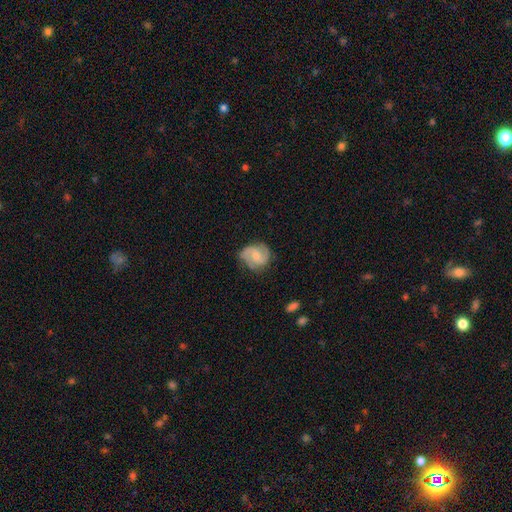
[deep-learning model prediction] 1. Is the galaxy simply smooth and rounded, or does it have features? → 68% featured or disk, 25% smooth, 6% star or artifact.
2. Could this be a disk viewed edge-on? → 98% no, 2% yes.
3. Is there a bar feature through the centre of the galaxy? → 48% no, 44% weak, 9% strong.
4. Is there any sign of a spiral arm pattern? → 93% yes, 7% no.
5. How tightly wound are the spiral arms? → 50% medium, 29% tight, 21% loose.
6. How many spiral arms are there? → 75% 2, 10% 3, 9% can't tell, 3% 1, 2% 4, 2% more than 4.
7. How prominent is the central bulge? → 48% small, 41% moderate, 8% none, 2% large, 1% dominant.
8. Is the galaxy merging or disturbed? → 67% none, 24% minor disturbance, 7% major disturbance, 2% merger.